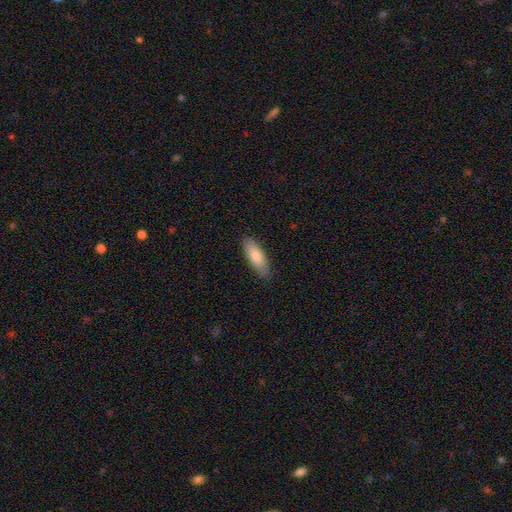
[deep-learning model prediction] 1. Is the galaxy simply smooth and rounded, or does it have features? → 81% smooth, 14% featured or disk, 6% star or artifact.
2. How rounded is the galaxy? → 71% in between, 27% cigar-shaped, 2% round.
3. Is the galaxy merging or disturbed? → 86% none, 11% minor disturbance, 2% major disturbance, 1% merger.